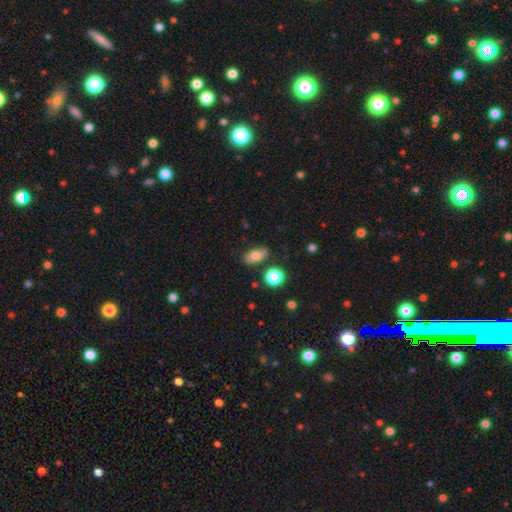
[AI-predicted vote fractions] Q: Smooth or featured?
A: smooth (73%); runner-up: featured or disk (17%)
Q: How rounded?
A: in between (85%); runner-up: round (11%)
Q: Merging?
A: none (80%); runner-up: minor disturbance (12%)